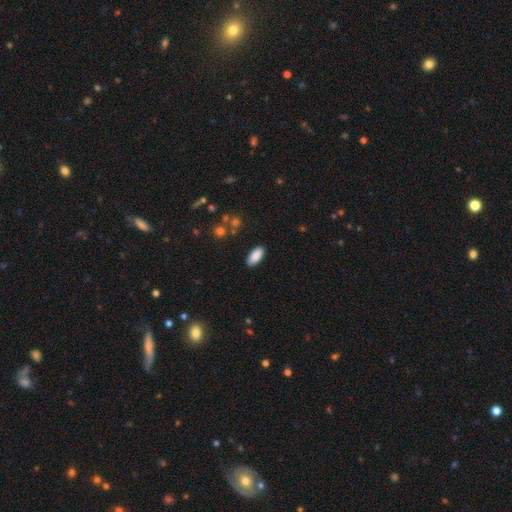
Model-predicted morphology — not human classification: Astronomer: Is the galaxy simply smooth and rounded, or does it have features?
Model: smooth — 88%.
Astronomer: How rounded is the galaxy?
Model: in between — 89%.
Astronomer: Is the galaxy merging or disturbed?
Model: none — 88%.